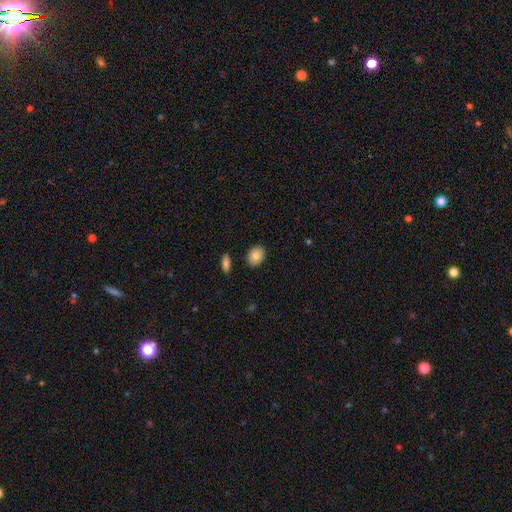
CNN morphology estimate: Q: Smooth or featured?
A: smooth (83%); runner-up: featured or disk (10%)
Q: How rounded?
A: in between (58%); runner-up: round (41%)
Q: Merging?
A: none (86%); runner-up: minor disturbance (9%)